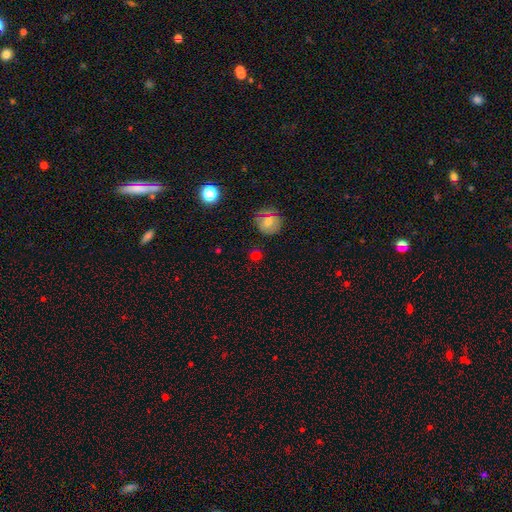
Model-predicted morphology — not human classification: smooth_or_featured: smooth (p=0.66) [alt: star or artifact p=0.25]
how_rounded: round (p=0.89) [alt: in between p=0.10]
merging: none (p=0.81) [alt: minor disturbance p=0.11]